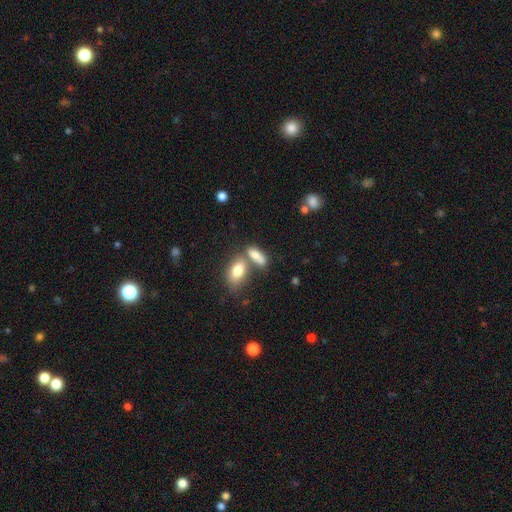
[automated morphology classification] A smooth galaxy with no disk features (77%) that is in between round and cigar-shaped (77%).

Vote fractions:
- Smooth or featured? smooth: 77% / featured or disk: 15% / star or artifact: 8%
- How rounded? in between: 77% / cigar-shaped: 17% / round: 6%
- Merging? merger: 50% / none: 36% / minor disturbance: 10% / major disturbance: 5%